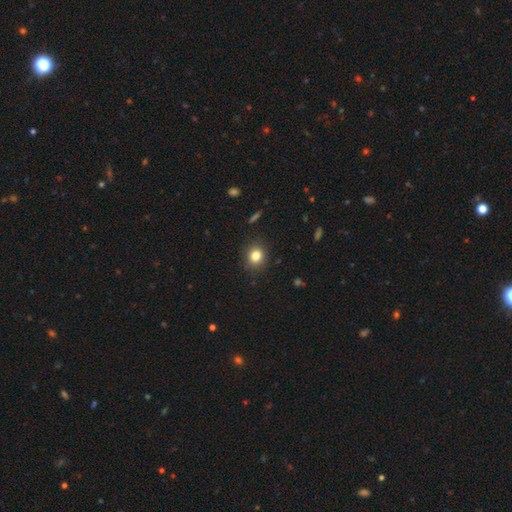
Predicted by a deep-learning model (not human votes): A smooth galaxy with no disk features (81%) that is round (73%).

Vote fractions:
- Smooth or featured? smooth: 81% / star or artifact: 12% / featured or disk: 7%
- How rounded? round: 73% / in between: 26% / cigar-shaped: 1%
- Merging? none: 88% / minor disturbance: 9% / major disturbance: 2% / merger: 1%